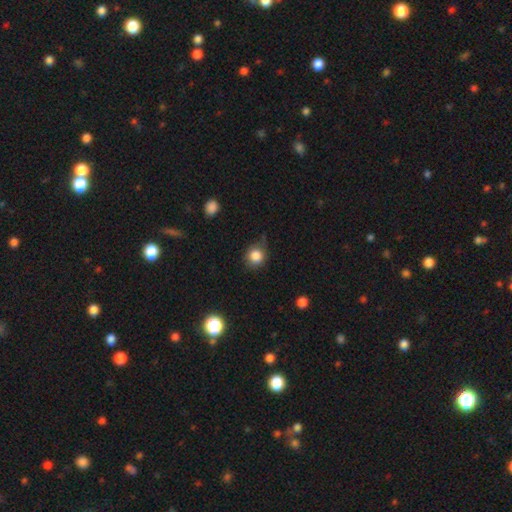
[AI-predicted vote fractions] Smooth or featured?
  - smooth: 83% *
  - star or artifact: 10%
  - featured or disk: 7%
How rounded?
  - round: 85% *
  - in between: 14%
  - cigar-shaped: 1%
Merging?
  - none: 69% *
  - minor disturbance: 23%
  - major disturbance: 6%
  - merger: 2%